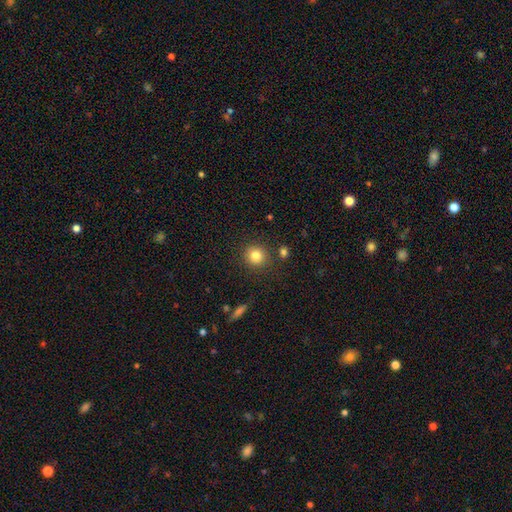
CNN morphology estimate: Smooth or featured? smooth (83%)
How rounded? round (91%)
Merging? none (87%)